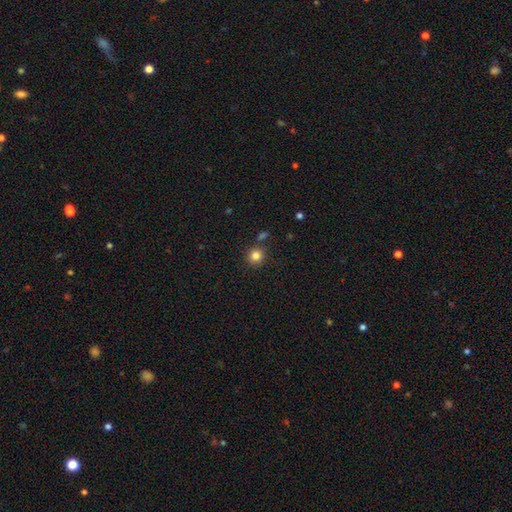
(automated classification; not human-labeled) This appears to be a smooth galaxy with no disk features (83%) that is round (92%). Merging: none (81%).